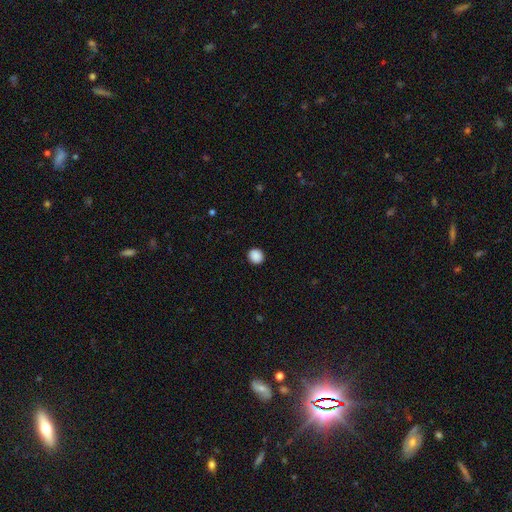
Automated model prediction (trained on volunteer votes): This appears to be a smooth galaxy with no disk features (89%) that is round (88%). Merging: none (92%).